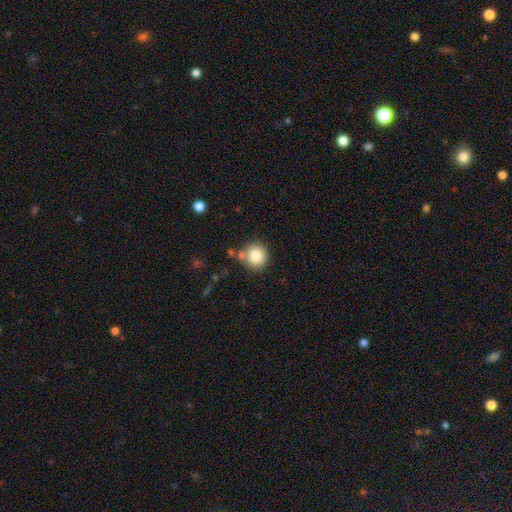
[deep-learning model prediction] Smooth or featured: smooth — 83% (star or artifact — 10%)
How rounded: round — 92% (in between — 7%)
Merging: none — 73% (merger — 12%)